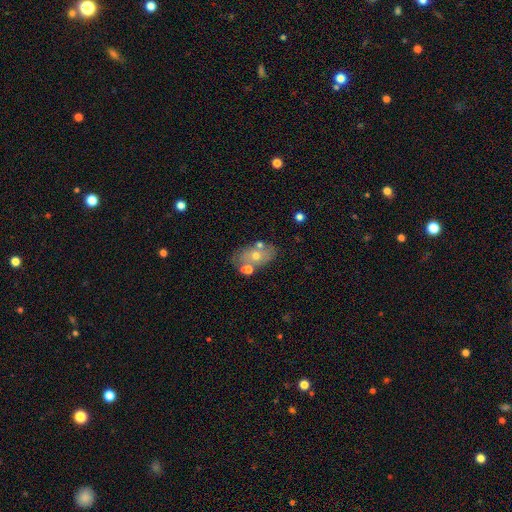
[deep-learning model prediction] Smooth or featured?
  - smooth: 52% *
  - featured or disk: 39%
  - star or artifact: 9%
How rounded?
  - in between: 85% *
  - round: 12%
  - cigar-shaped: 2%
Merging?
  - none: 59% *
  - merger: 19%
  - minor disturbance: 16%
  - major disturbance: 5%